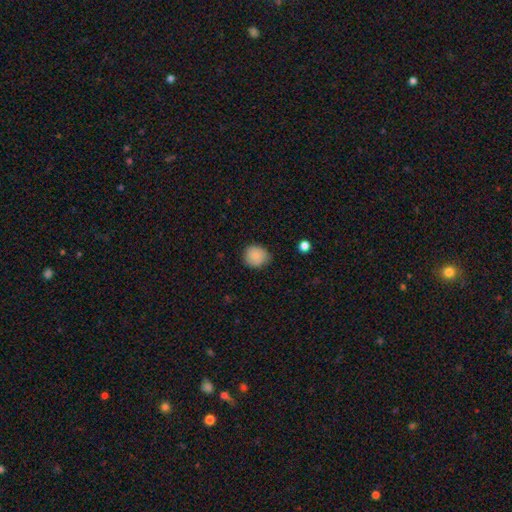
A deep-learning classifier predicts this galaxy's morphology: type=smooth (84%); roundness=round (82%); merging=none (70%).